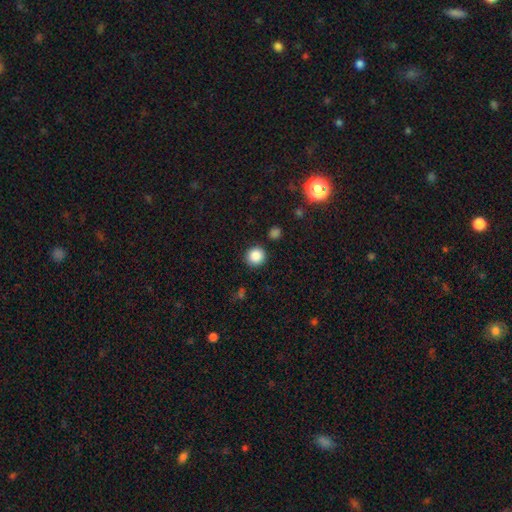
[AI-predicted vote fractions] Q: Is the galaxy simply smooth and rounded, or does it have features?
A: smooth — 86%.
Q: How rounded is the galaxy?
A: round — 92%.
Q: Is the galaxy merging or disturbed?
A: none — 89%.